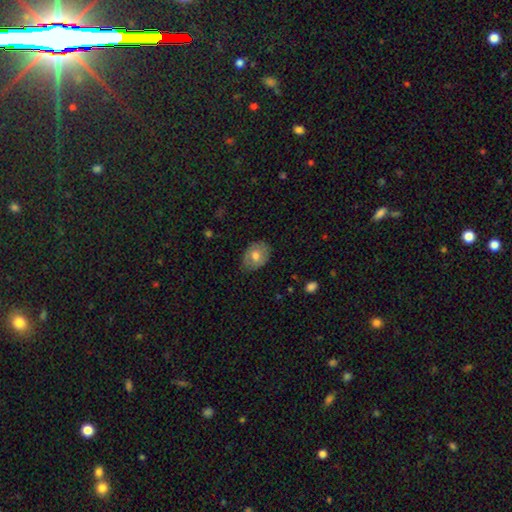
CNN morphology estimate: Overall: smooth (65%; featured or disk 28%). How rounded: in between (69%; round 30%). Merging: none (76%).